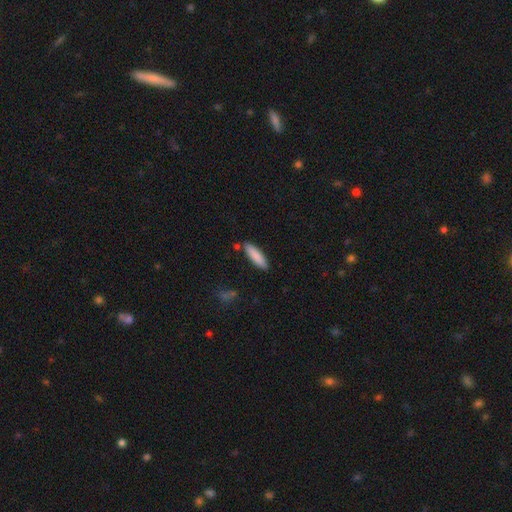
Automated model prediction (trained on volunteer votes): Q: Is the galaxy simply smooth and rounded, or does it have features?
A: smooth — 86%.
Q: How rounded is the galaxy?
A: cigar-shaped — 67%.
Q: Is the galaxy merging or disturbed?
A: none — 83%.